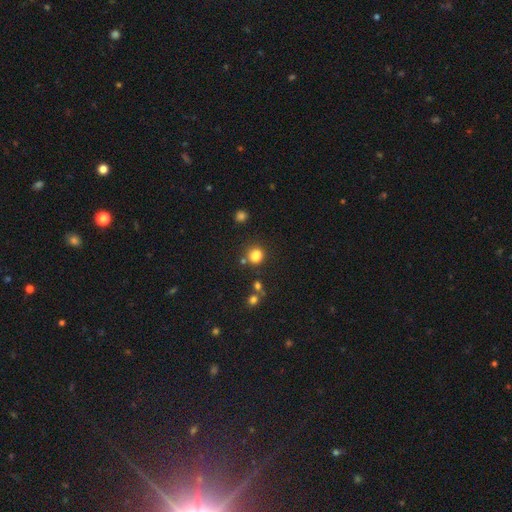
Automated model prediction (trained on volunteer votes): A smooth galaxy with no disk features (79%) that is round (71%). Merging: none (64%).